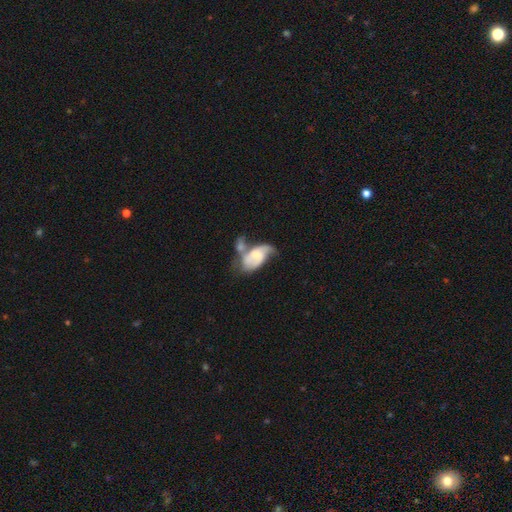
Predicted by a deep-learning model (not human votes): Q: Smooth or featured?
A: featured or disk (62%); runner-up: smooth (32%)
Q: Edge-on disk?
A: no (96%); runner-up: yes (4%)
Q: Bar?
A: no (54%); runner-up: weak (36%)
Q: Spiral arms?
A: yes (81%); runner-up: no (19%)
Q: Bulge size?
A: moderate (43%); runner-up: small (38%)
Q: Merging?
A: merger (47%); runner-up: major disturbance (20%)